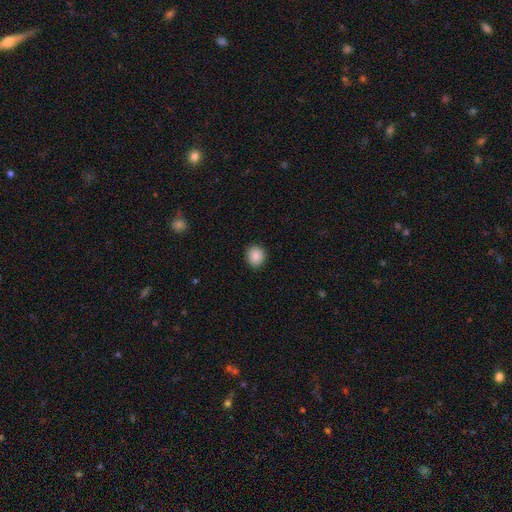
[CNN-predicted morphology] This appears to be a smooth galaxy with no disk features (89%) that is round (79%). Merging: none (90%).